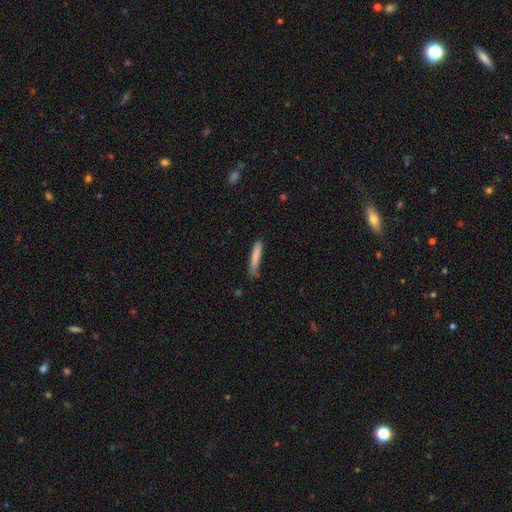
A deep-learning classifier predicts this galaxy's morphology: This appears to be a smooth galaxy with no disk features (81%) that is cigar-shaped (93%). Merging: none (70%).